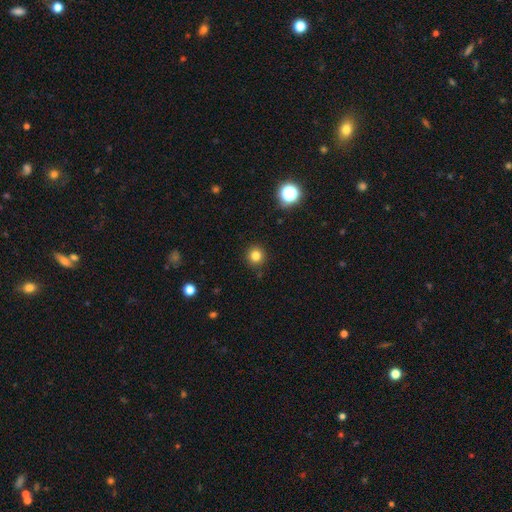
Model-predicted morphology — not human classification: Q: Smooth or featured?
A: smooth (81%); runner-up: star or artifact (14%)
Q: How rounded?
A: round (94%); runner-up: in between (5%)
Q: Merging?
A: none (90%); runner-up: minor disturbance (7%)